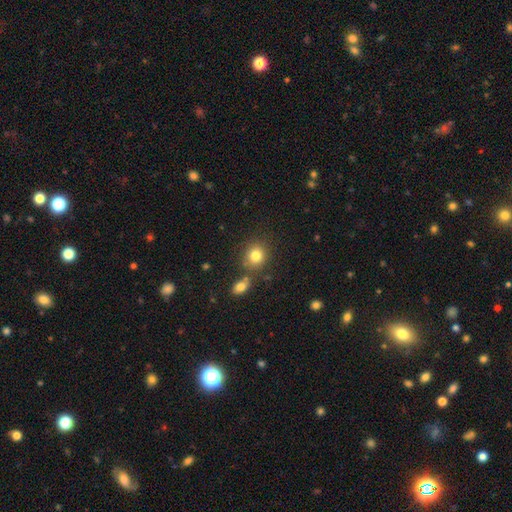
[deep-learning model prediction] smooth 81%, star or artifact 11%, featured or disk 8%. Down the decision tree: how rounded — round (76%); merging — none (72%).